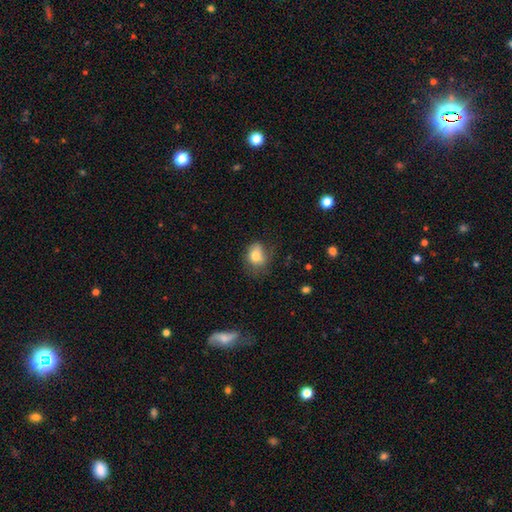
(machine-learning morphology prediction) This is likely a smooth galaxy (77%). How rounded: possibly in between (58%). Merging: possibly none (51%).